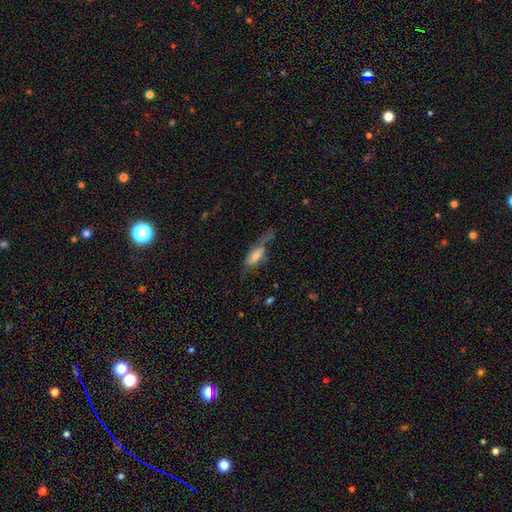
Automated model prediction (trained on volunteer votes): featured or disk 46%, smooth 45%, star or artifact 9%. Down the decision tree: merging — none (41%).